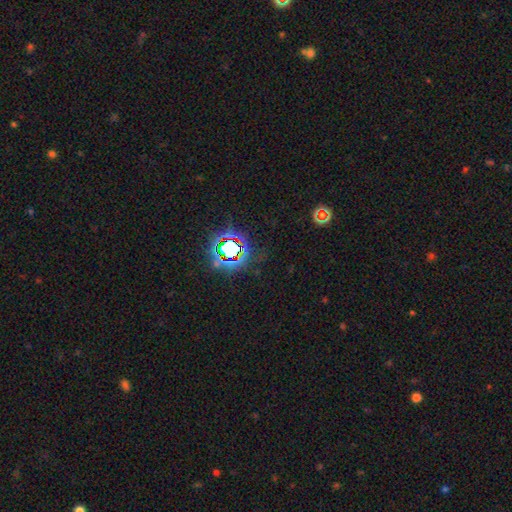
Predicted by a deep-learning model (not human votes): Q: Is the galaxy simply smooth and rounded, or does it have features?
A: star or artifact — 80%.